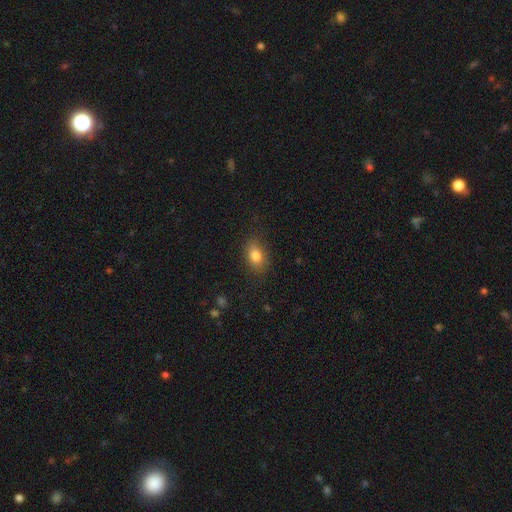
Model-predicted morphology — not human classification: Smooth or featured? Predicted: smooth (p=0.81). How rounded? Predicted: in between (p=0.80). Merging? Predicted: none (p=0.81).